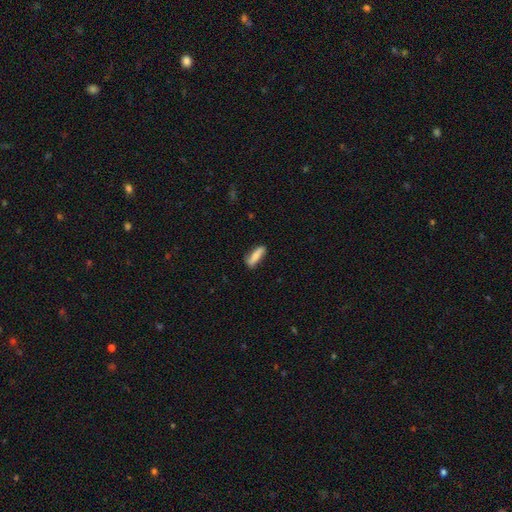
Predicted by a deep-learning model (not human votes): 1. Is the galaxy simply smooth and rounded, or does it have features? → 78% smooth, 15% featured or disk, 6% star or artifact.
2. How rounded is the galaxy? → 58% cigar-shaped, 40% in between, 2% round.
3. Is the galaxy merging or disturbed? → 73% none, 20% minor disturbance, 4% major disturbance, 2% merger.